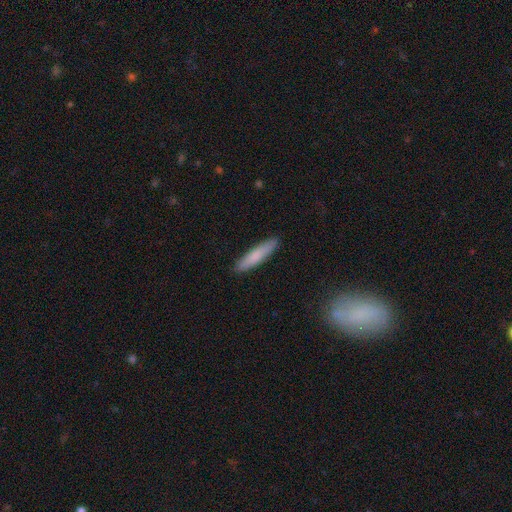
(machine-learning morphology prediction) Q: Smooth or featured?
A: smooth (78%); runner-up: featured or disk (17%)
Q: How rounded?
A: cigar-shaped (87%); runner-up: in between (12%)
Q: Merging?
A: none (90%); runner-up: minor disturbance (7%)